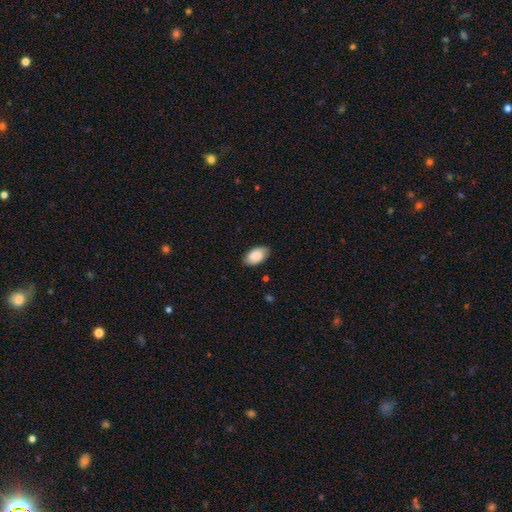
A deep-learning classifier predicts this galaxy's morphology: Smooth or featured?
  - smooth: 89% *
  - star or artifact: 6%
  - featured or disk: 5%
How rounded?
  - in between: 95% *
  - round: 4%
  - cigar-shaped: 1%
Merging?
  - none: 84% *
  - minor disturbance: 13%
  - major disturbance: 2%
  - merger: 1%